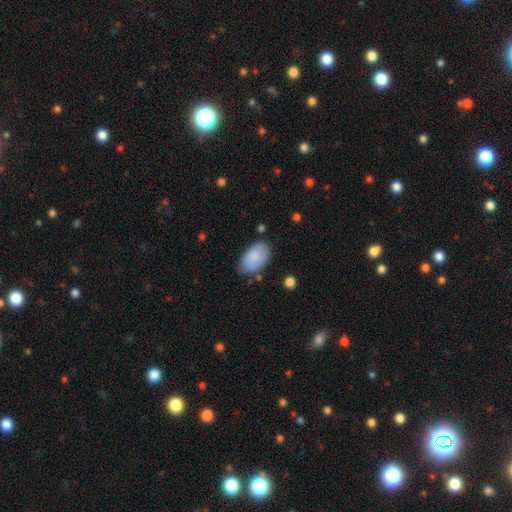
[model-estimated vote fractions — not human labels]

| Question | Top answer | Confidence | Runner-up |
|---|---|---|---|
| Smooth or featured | smooth | 86% | featured or disk (8%) |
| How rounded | in between | 95% | round (4%) |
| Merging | none | 73% | minor disturbance (19%) |